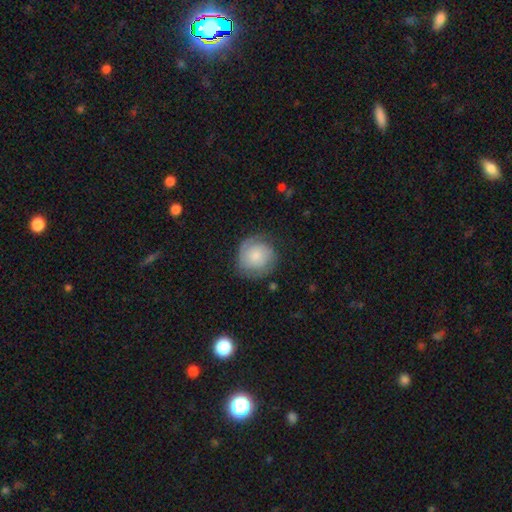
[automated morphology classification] This is possibly a featured or disk galaxy (47%). Merging: likely none (72%).